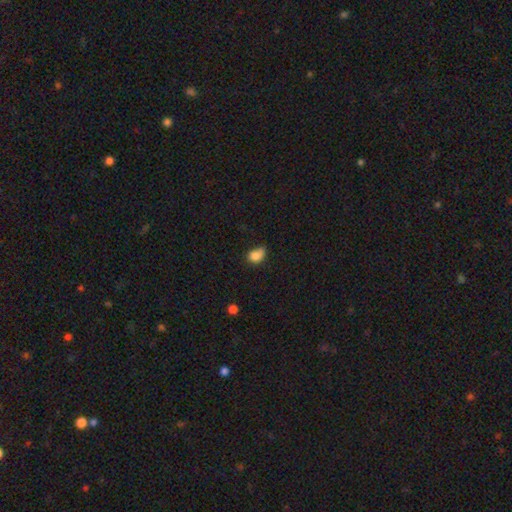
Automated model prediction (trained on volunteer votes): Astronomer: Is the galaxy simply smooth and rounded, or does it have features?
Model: smooth — 83%.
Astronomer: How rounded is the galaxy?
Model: in between — 68%.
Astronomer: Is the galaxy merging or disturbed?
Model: none — 42% (runner-up: minor disturbance, 40%).